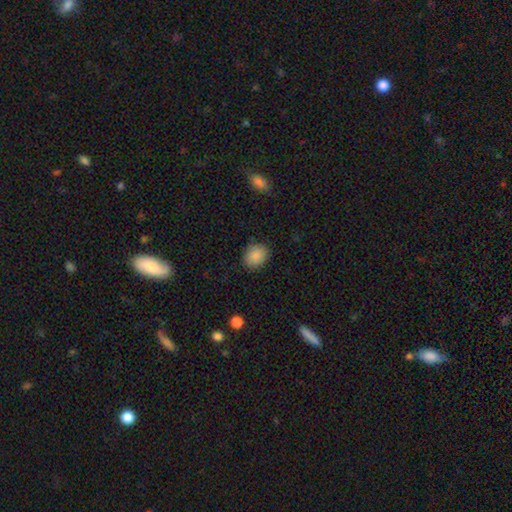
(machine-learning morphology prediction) This is clearly a smooth galaxy (88%). How rounded: possibly round (53%). Merging: clearly none (85%).